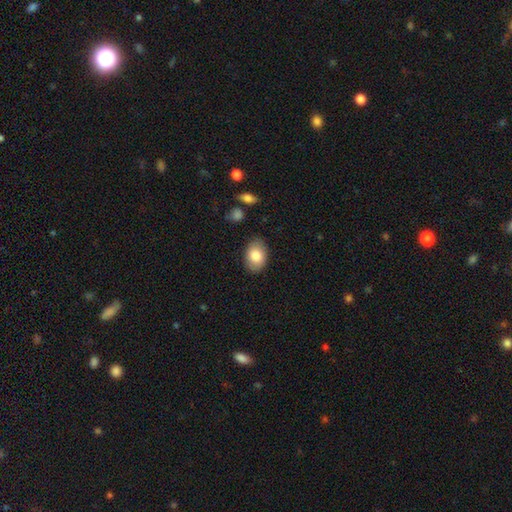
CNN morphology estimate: Smooth or featured? smooth (82%)
How rounded? in between (84%)
Merging? none (85%)